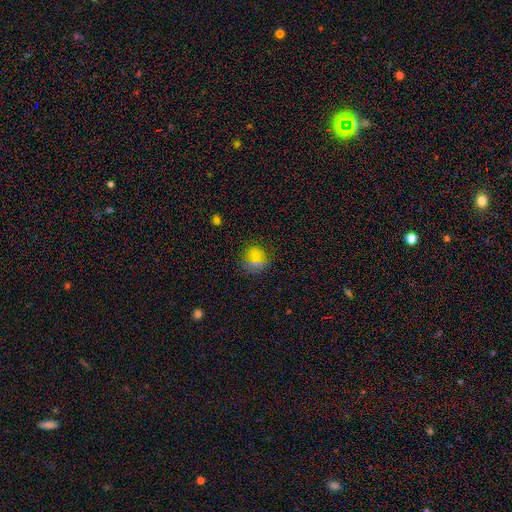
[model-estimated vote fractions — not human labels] Overall: smooth (70%). How rounded: round (90%). Merging: none (79%).